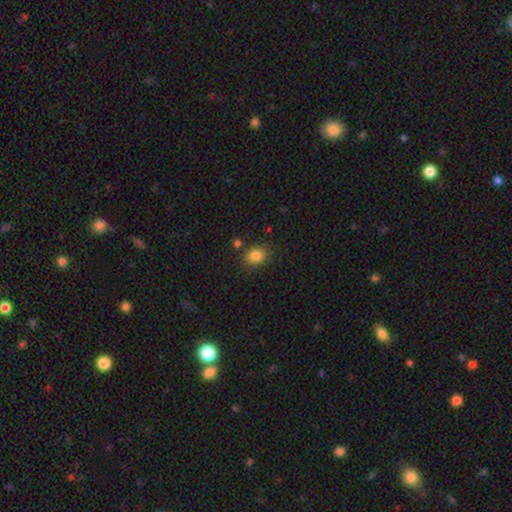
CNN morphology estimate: smooth-or-featured: smooth: 83% | star or artifact: 11% | featured or disk: 6%
  how-rounded: round: 59% | in between: 40% | cigar-shaped: 1%
  merging: none: 80% | minor disturbance: 12% | merger: 5% | major disturbance: 3%